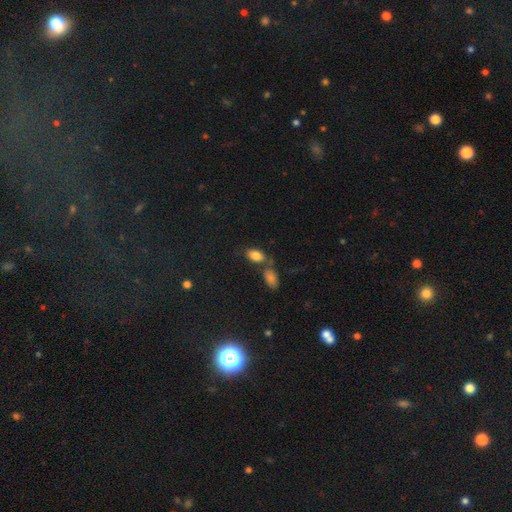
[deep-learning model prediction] Smooth or featured? smooth (84%)
How rounded? in between (90%)
Merging? none (54%)